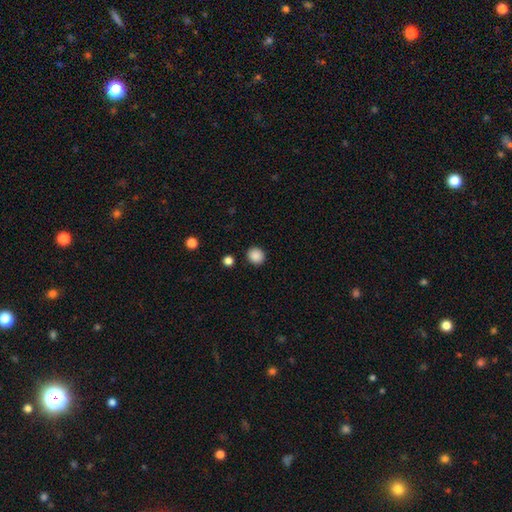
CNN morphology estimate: Overall: smooth (88%). How rounded: round (84%). Merging: none (89%).